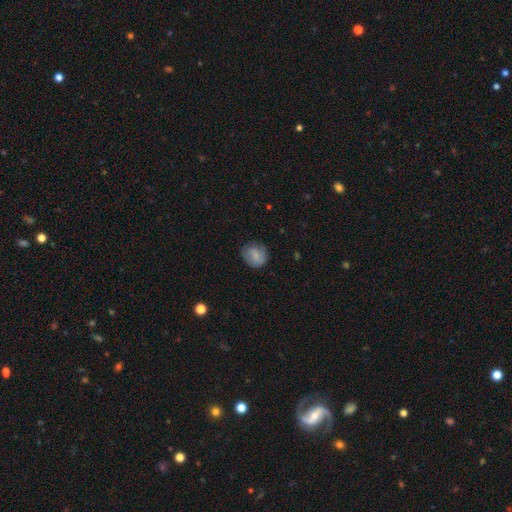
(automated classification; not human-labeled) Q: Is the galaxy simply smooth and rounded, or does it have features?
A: smooth — 74%.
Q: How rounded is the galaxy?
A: round — 72%.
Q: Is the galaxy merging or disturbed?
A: none — 71%.